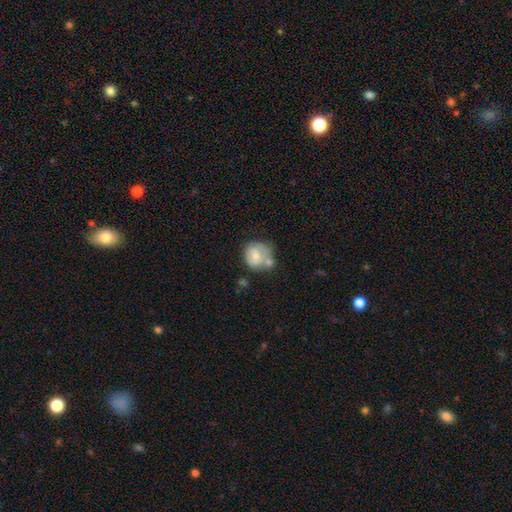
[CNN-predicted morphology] This is likely a smooth galaxy (65%). How rounded: likely round (75%). Merging: marginally none (38%).